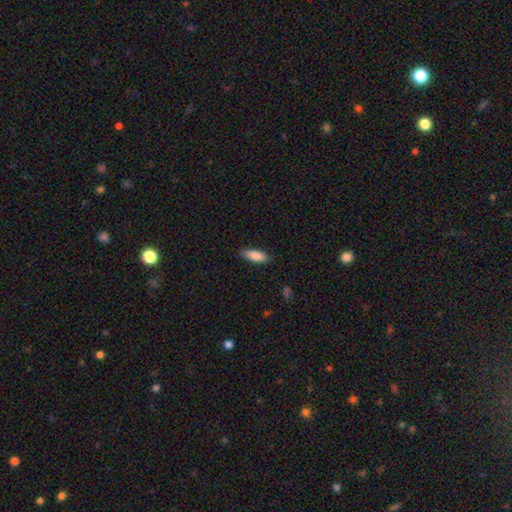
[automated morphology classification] This appears to be a smooth galaxy with no disk features (86%) that is in between round and cigar-shaped (62%). Merging: none (86%).